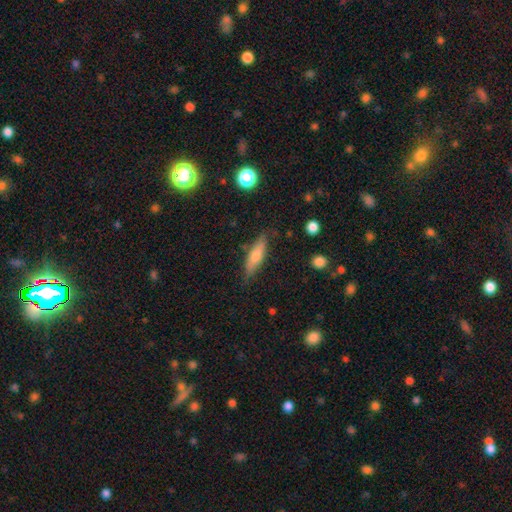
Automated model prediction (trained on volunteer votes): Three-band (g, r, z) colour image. It shows a smooth galaxy with no disk features (58%) that is cigar-shaped (65%). Merging: none (82%).